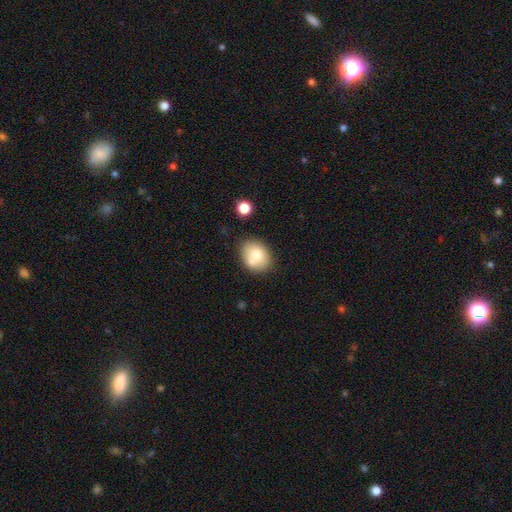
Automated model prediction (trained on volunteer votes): Q: Smooth or featured?
A: smooth (74%); runner-up: featured or disk (17%)
Q: How rounded?
A: in between (51%); runner-up: round (48%)
Q: Merging?
A: none (64%); runner-up: merger (17%)